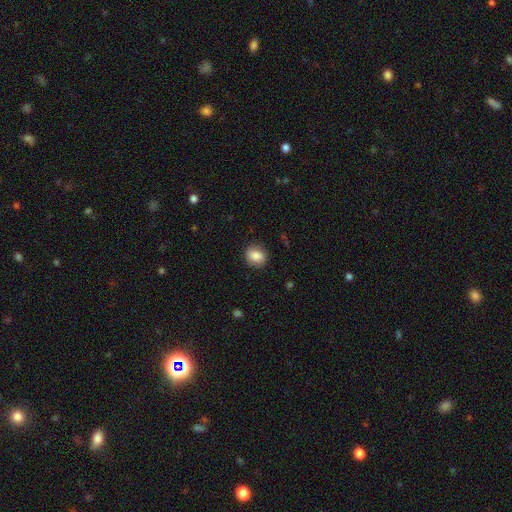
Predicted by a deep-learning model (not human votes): Overall: smooth (85%). How rounded: round (58%; in between 41%). Merging: none (86%).